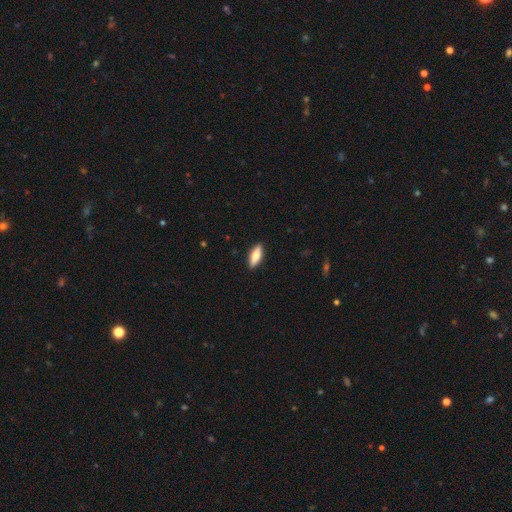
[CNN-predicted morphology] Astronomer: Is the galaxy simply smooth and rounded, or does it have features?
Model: smooth — 66%.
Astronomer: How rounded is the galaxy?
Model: in between — 59% (runner-up: cigar-shaped, 38%).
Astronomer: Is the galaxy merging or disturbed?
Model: none — 90%.